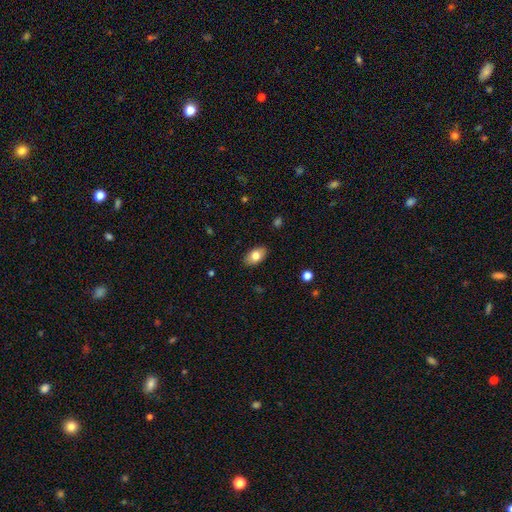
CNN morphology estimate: Overall: smooth (79%). How rounded: in between (92%). Merging: none (88%).